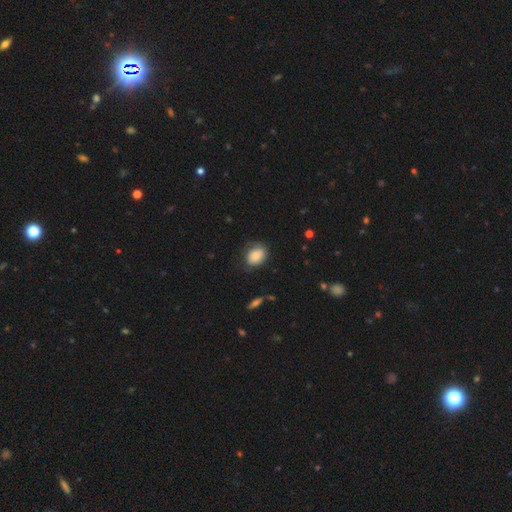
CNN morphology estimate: A smooth galaxy with no disk features (81%) that is in between round and cigar-shaped (63%).

Vote fractions:
- Smooth or featured? smooth: 81% / featured or disk: 12% / star or artifact: 7%
- How rounded? in between: 63% / round: 36% / cigar-shaped: 1%
- Merging? none: 59% / minor disturbance: 28% / major disturbance: 12% / merger: 2%